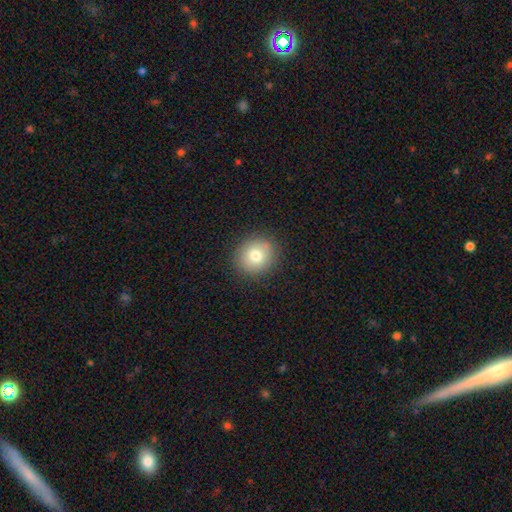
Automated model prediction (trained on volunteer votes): smooth-or-featured: smooth: 77% | featured or disk: 12% | star or artifact: 11%
  how-rounded: round: 83% | in between: 16% | cigar-shaped: 1%
  merging: none: 88% | minor disturbance: 8% | major disturbance: 2% | merger: 1%